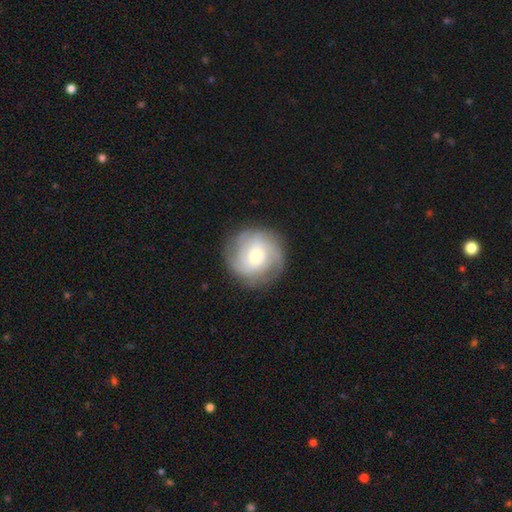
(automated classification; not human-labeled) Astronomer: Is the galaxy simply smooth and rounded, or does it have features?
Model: featured or disk — 69%.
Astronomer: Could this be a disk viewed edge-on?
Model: no — 98%.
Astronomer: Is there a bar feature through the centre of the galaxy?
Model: no — 68%.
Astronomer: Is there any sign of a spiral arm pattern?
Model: yes — 91%.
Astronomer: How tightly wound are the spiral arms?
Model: tight — 56% (runner-up: medium, 32%).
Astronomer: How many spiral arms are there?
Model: can't tell — 29%, tied with 3 at 29%.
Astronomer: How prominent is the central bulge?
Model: moderate — 61%.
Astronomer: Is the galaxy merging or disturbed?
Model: none — 84%.